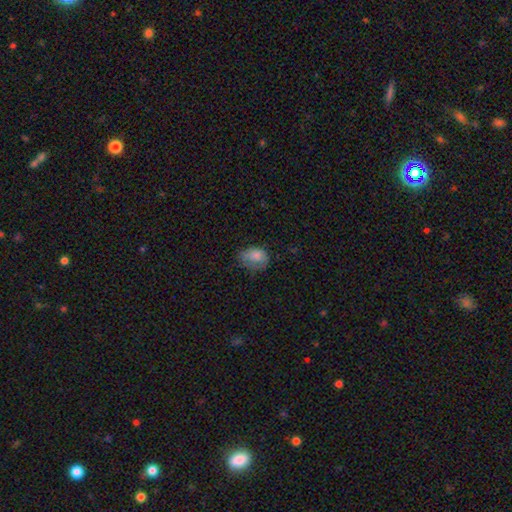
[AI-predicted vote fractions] A smooth galaxy with no disk features (78%) that is in between round and cigar-shaped (63%). Merging: none (44%).